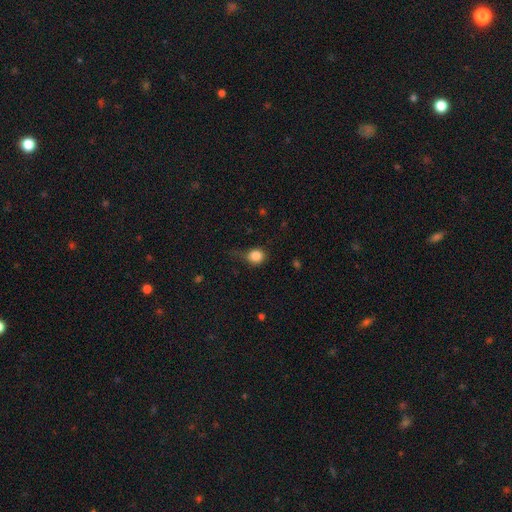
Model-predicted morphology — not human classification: Smooth or featured? Predicted: smooth (p=0.83). How rounded? Predicted: round (p=0.77). Merging? Predicted: none (p=0.52).